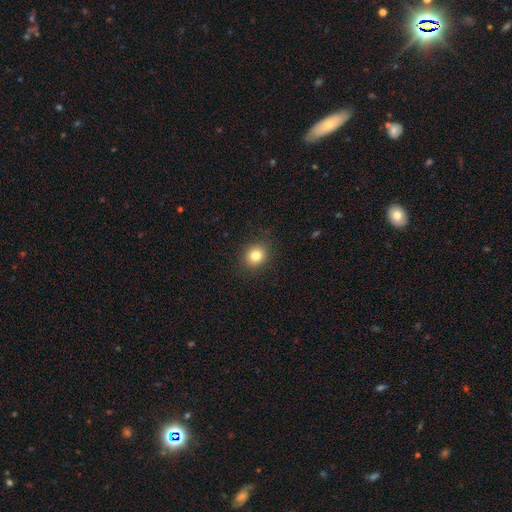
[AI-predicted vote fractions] smooth 82%, star or artifact 11%, featured or disk 7%. Down the decision tree: how rounded — round (77%); merging — none (89%).